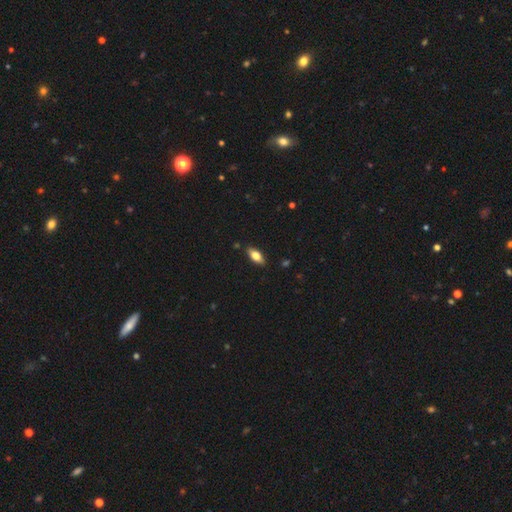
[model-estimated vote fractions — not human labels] This is likely a smooth galaxy (71%). How rounded: clearly in between (81%). Merging: clearly none (87%).